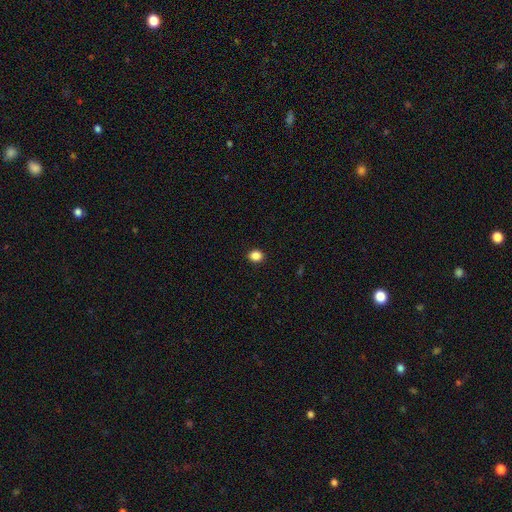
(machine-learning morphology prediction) Q: Smooth or featured?
A: smooth (86%); runner-up: star or artifact (11%)
Q: How rounded?
A: round (62%); runner-up: in between (37%)
Q: Merging?
A: none (91%); runner-up: minor disturbance (6%)